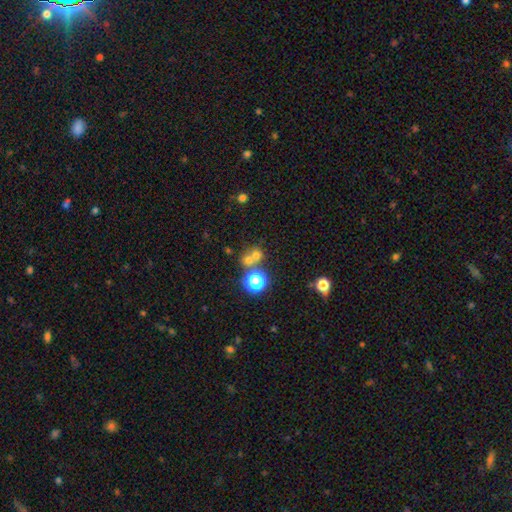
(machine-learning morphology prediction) Smooth or featured? Predicted: smooth (p=0.62). How rounded? Predicted: round (p=0.86). Merging? Predicted: none (p=0.52).